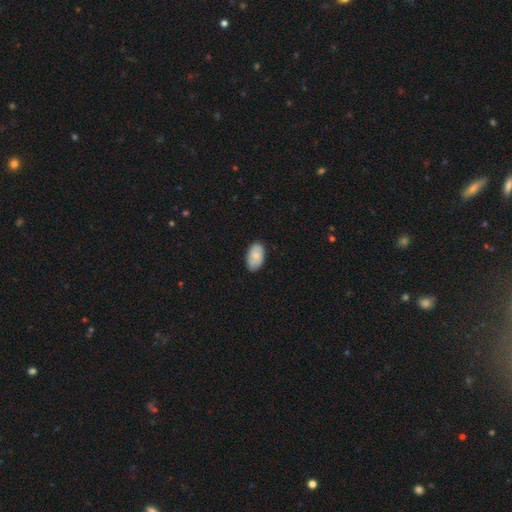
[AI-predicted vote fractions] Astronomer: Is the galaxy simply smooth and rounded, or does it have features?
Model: smooth — 79%.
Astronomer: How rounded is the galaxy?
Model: in between — 94%.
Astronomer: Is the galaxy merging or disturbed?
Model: none — 83%.